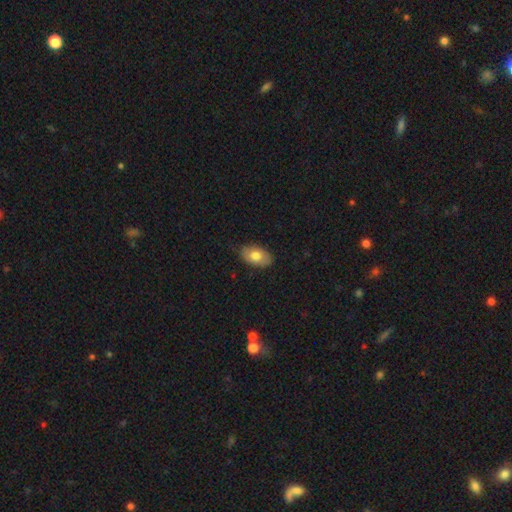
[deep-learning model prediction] Smooth or featured? smooth (74%)
How rounded? in between (92%)
Merging? none (80%)